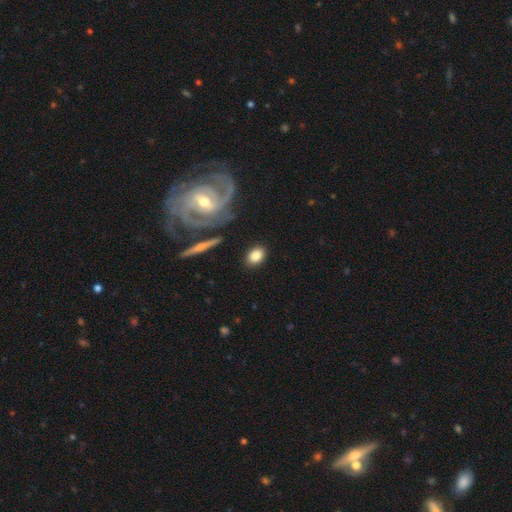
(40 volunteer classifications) Smooth or featured?
  - smooth: 85% *
  - featured or disk: 12%
  - star or artifact: 2%
How rounded?
  - in between: 82% *
  - round: 18%
  - cigar-shaped: 0%
Merging?
  - none: 90% *
  - minor disturbance: 10%
  - major disturbance: 0%
  - merger: 0%